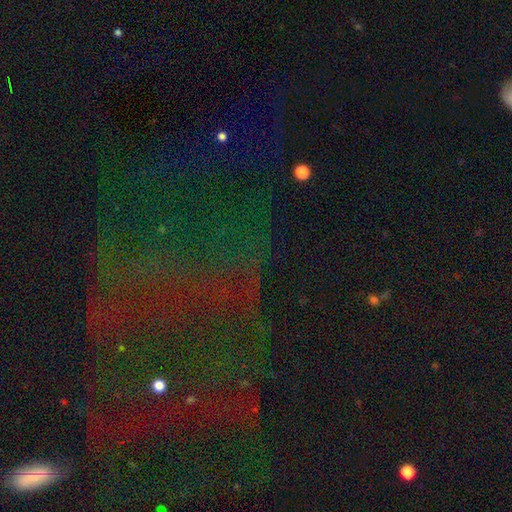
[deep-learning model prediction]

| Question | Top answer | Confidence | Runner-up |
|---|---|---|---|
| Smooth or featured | star or artifact | 75% | featured or disk (13%) |